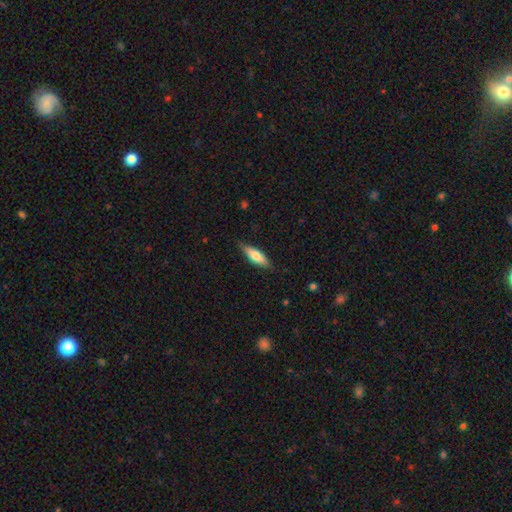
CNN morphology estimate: Smooth or featured: smooth — 68% (featured or disk — 26%)
How rounded: in between — 53% (cigar-shaped — 45%)
Merging: none — 80% (minor disturbance — 17%)